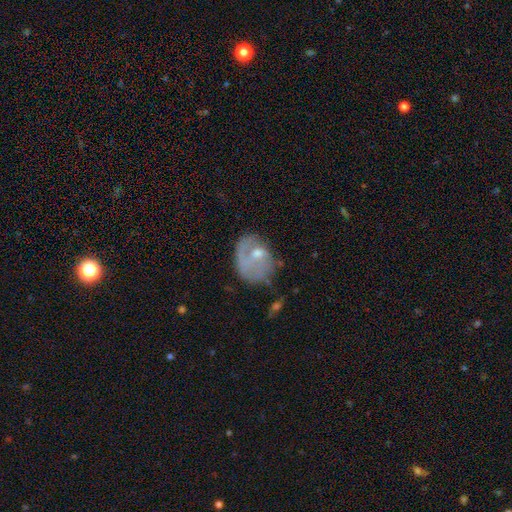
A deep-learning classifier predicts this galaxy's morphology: A featured or disk galaxy (52%) with no bar (69%), no spiral arms (53%) and a moderate central bulge (49%).

Vote fractions:
- Smooth or featured? featured or disk: 52% / smooth: 39% / star or artifact: 8%
- Edge-on disk? no: 97% / yes: 3%
- Bar? no: 69% / weak: 27% / strong: 5%
- Spiral arms? no: 53% / yes: 47%
- Bulge size? moderate: 49% / small: 37% / none: 9% / large: 4% / dominant: 1%
- Merging? none: 40% / major disturbance: 28% / minor disturbance: 27% / merger: 5%